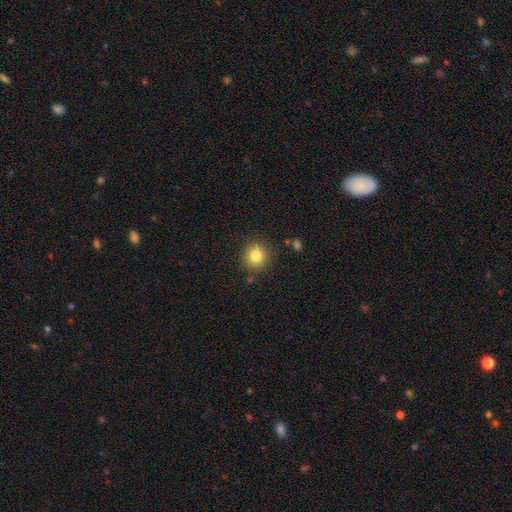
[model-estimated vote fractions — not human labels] Smooth or featured? Predicted: smooth (p=0.83). How rounded? Predicted: round (p=0.90). Merging? Predicted: none (p=0.86).